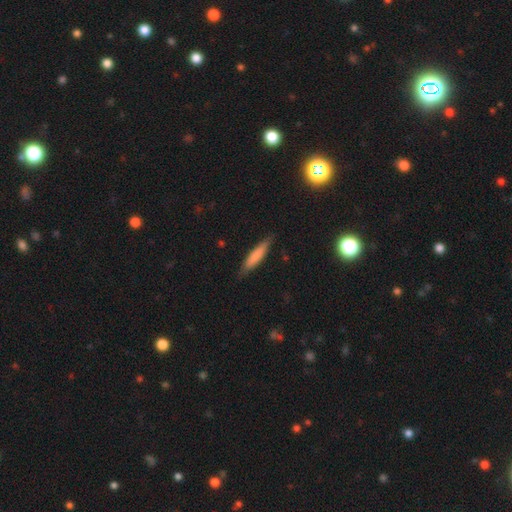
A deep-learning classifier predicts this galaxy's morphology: Q: Smooth or featured?
A: smooth (76%); runner-up: featured or disk (19%)
Q: How rounded?
A: cigar-shaped (83%); runner-up: in between (16%)
Q: Merging?
A: none (83%); runner-up: minor disturbance (13%)